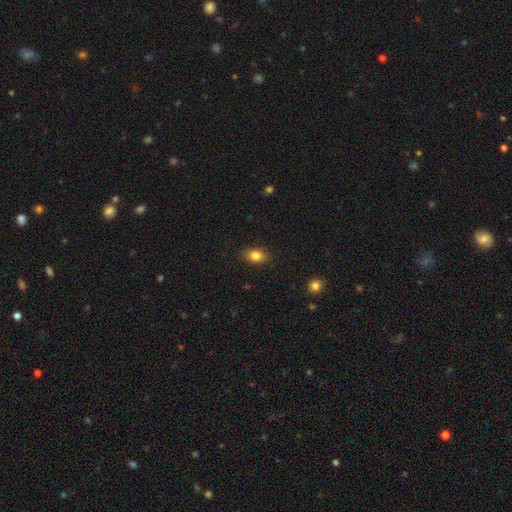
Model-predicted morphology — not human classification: Smooth or featured? Predicted: smooth (p=0.83). How rounded? Predicted: in between (p=0.80). Merging? Predicted: none (p=0.87).